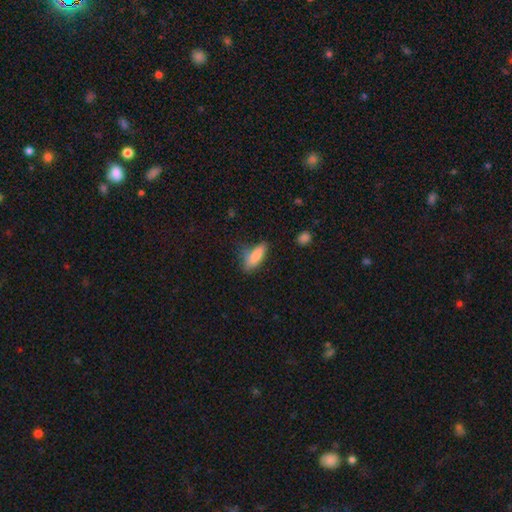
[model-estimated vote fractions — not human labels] Overall: smooth (81%). How rounded: in between (57%; cigar-shaped 41%). Merging: none (62%; minor disturbance 28%).